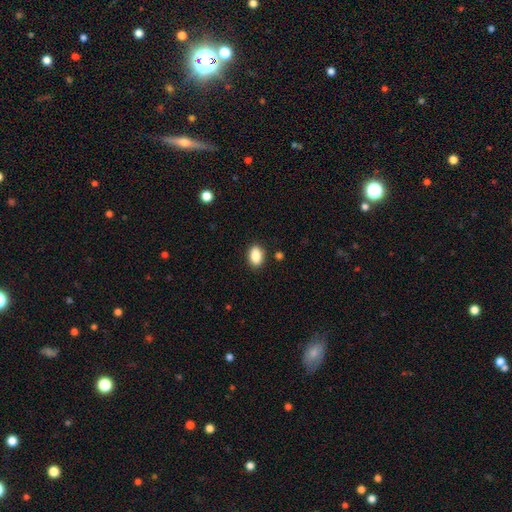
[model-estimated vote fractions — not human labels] Smooth or featured? Predicted: smooth (p=0.87). How rounded? Predicted: in between (p=0.85). Merging? Predicted: none (p=0.88).